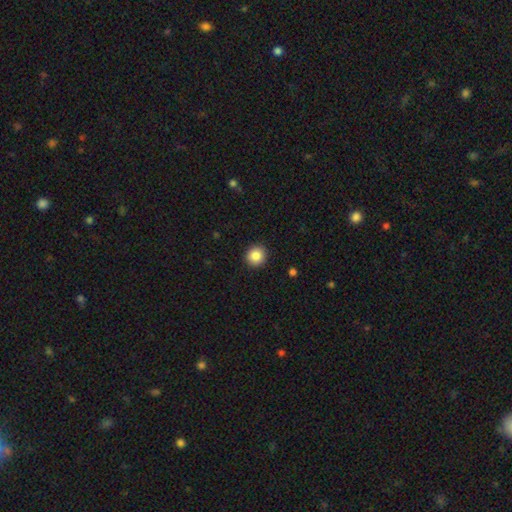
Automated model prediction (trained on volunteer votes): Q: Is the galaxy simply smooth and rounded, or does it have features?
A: smooth — 86%.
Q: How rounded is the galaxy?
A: round — 93%.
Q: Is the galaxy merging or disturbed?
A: none — 92%.